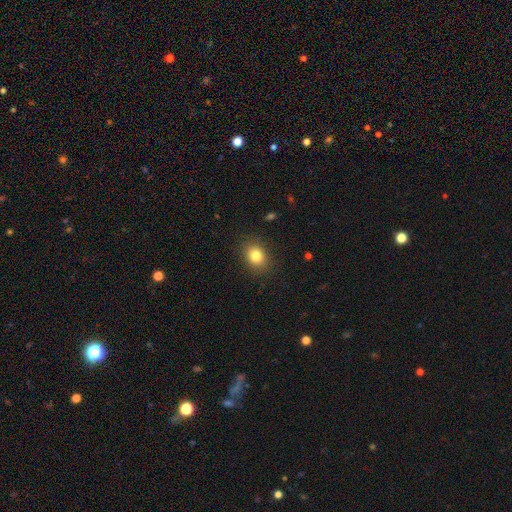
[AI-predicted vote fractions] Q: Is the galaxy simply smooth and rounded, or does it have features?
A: smooth — 82%.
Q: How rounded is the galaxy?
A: round — 54%.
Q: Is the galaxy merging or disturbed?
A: none — 87%.